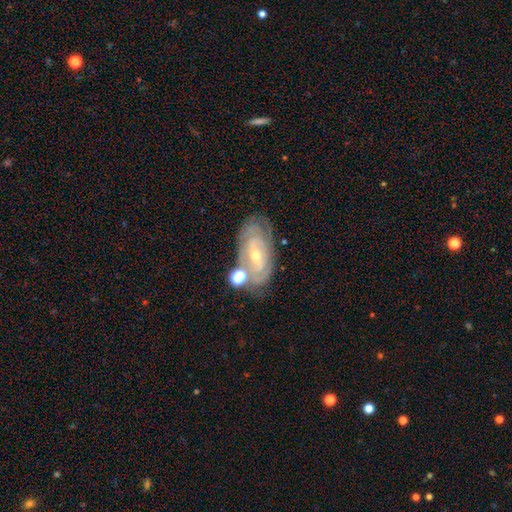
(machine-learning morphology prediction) smooth-or-featured: featured or disk: 79% | smooth: 13% | star or artifact: 7%
  disk-edge-on: no: 93% | yes: 7%
    bar: no: 46% | weak: 37% | strong: 17%
    has-spiral-arms: yes: 89% | no: 11%
      spiral-winding: tight: 71% | medium: 23% | loose: 6%
      spiral-arm-count: can't tell: 43% | 2: 32% | 3: 12% | 4: 6% | 1: 4% | more than 4: 4%
    bulge-size: small: 61% | moderate: 35% | large: 1% | none: 1% | dominant: 1%
  merging: none: 63% | minor disturbance: 18% | merger: 12% | major disturbance: 6%